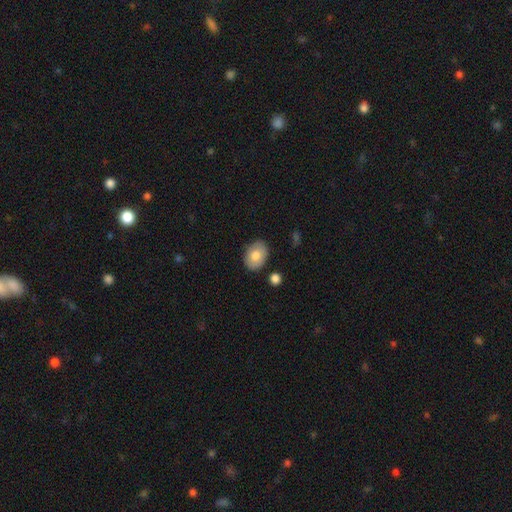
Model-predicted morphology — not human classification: Smooth or featured? Predicted: smooth (p=0.73). How rounded? Predicted: in between (p=0.74). Merging? Predicted: none (p=0.83).